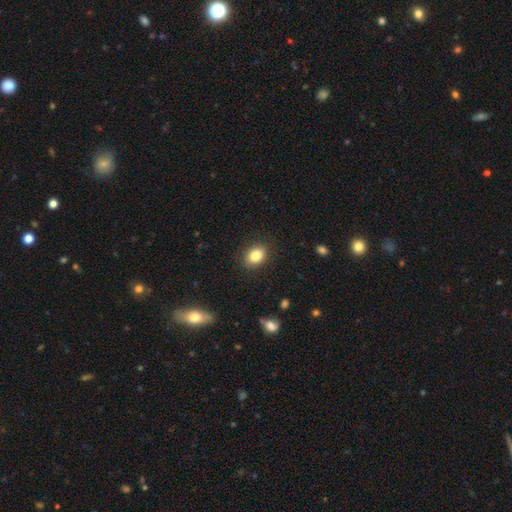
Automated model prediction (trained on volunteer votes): This is clearly a smooth galaxy (83%). How rounded: likely in between (73%). Merging: clearly none (87%).